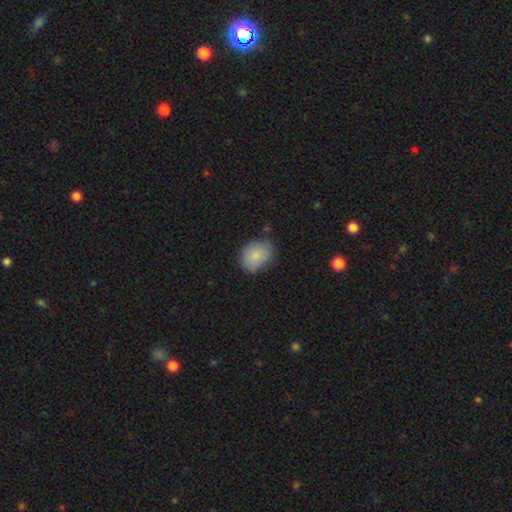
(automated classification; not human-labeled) This appears to be a smooth galaxy with no disk features (83%) that is in between round and cigar-shaped (58%). Merging: none (68%).